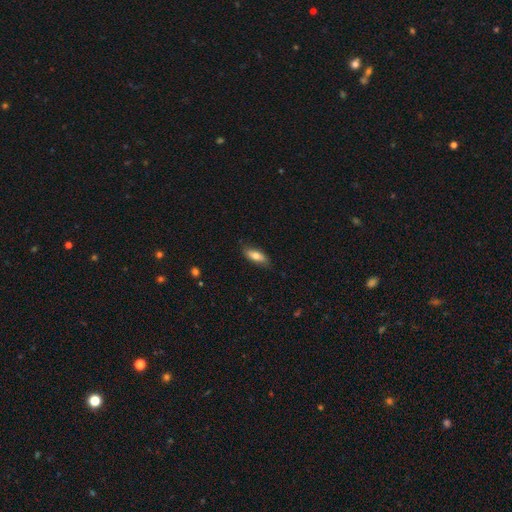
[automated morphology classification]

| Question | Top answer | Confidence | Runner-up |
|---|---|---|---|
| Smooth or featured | smooth | 75% | featured or disk (19%) |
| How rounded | in between | 75% | cigar-shaped (23%) |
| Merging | none | 80% | minor disturbance (16%) |